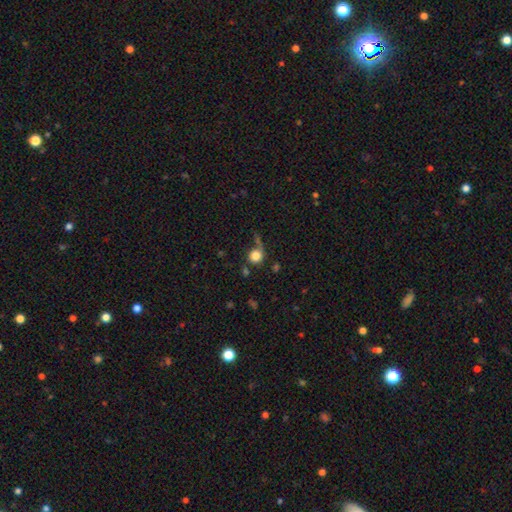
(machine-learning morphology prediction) Smooth or featured: smooth — 81% (star or artifact — 10%)
How rounded: round — 89% (in between — 10%)
Merging: none — 58% (minor disturbance — 18%)